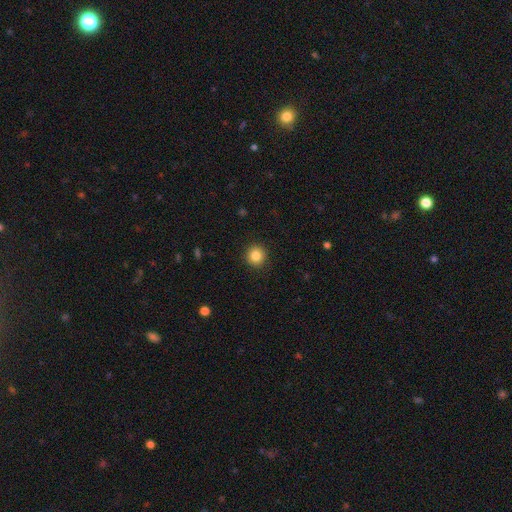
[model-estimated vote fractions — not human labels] Smooth or featured: smooth — 85% (star or artifact — 10%)
How rounded: round — 94% (in between — 5%)
Merging: none — 92% (minor disturbance — 5%)